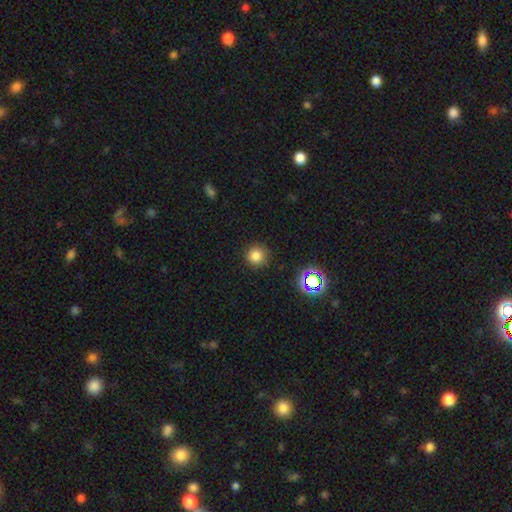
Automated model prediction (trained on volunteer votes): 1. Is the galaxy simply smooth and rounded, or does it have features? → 79% smooth, 16% star or artifact, 5% featured or disk.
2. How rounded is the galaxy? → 94% round, 5% in between, 1% cigar-shaped.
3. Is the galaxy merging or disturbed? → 88% none, 8% minor disturbance, 3% major disturbance, 1% merger.